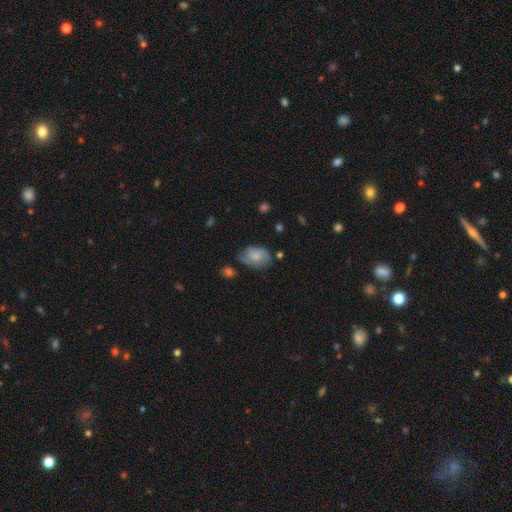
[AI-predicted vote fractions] Overall: smooth (70%). How rounded: in between (78%). Merging: none (49%; minor disturbance 35%).